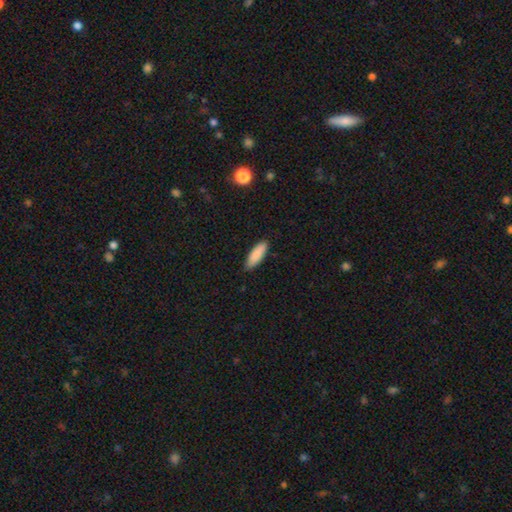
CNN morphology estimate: smooth-or-featured: smooth: 89% | star or artifact: 6% | featured or disk: 5%
  how-rounded: in between: 57% | cigar-shaped: 41% | round: 2%
  merging: none: 86% | minor disturbance: 11% | major disturbance: 2% | merger: 1%